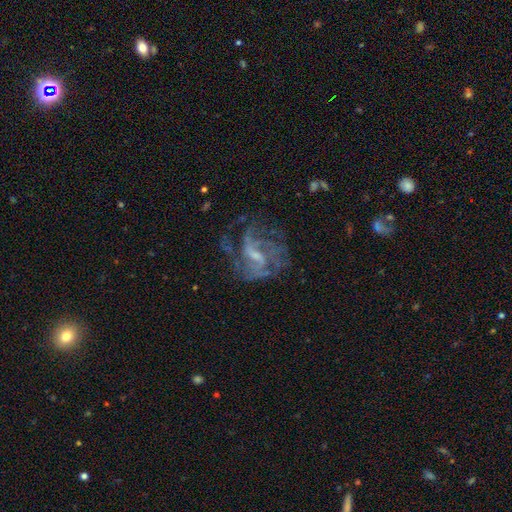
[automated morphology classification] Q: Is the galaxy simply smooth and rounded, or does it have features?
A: featured or disk — 78%.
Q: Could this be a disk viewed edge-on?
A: no — 97%.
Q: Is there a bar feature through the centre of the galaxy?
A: weak — 54%.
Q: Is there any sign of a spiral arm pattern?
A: yes — 81%.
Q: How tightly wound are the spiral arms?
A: medium — 44%.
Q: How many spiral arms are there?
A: can't tell — 37%.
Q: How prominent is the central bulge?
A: small — 45%.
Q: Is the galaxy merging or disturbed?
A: none — 50%.